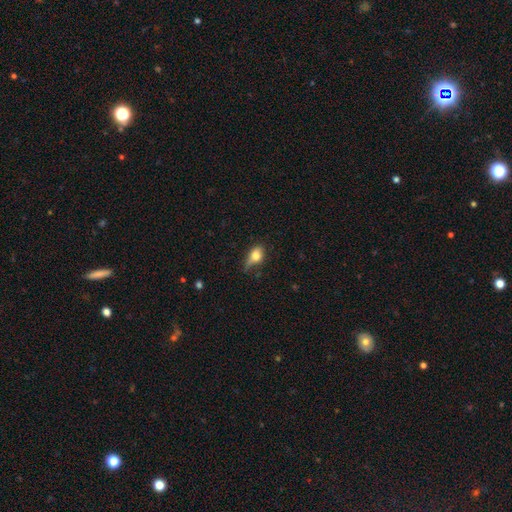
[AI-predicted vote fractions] Smooth or featured? Predicted: smooth (p=0.76). How rounded? Predicted: in between (p=0.75). Merging? Predicted: minor disturbance (p=0.41).